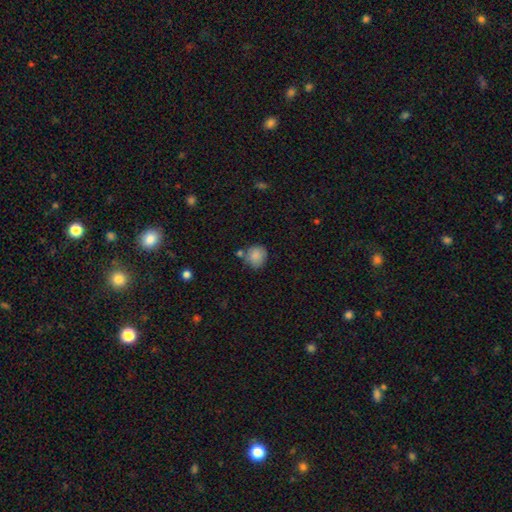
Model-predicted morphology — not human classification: Overall: smooth (86%). How rounded: round (85%). Merging: none (68%).